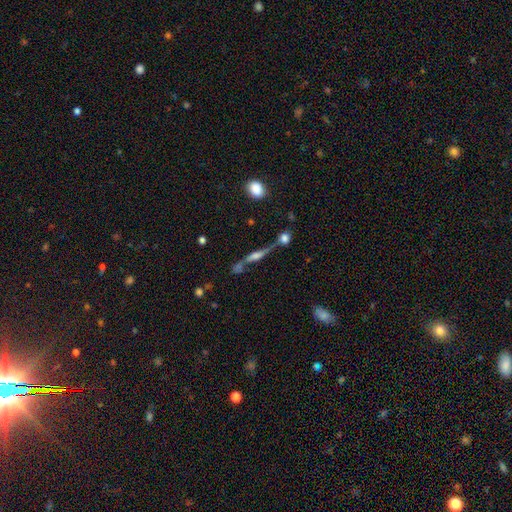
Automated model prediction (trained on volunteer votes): This appears to be a featured or disk galaxy (66%) viewed edge-on (78%) with a rounded central bulge (73%). Merging: none (46%).